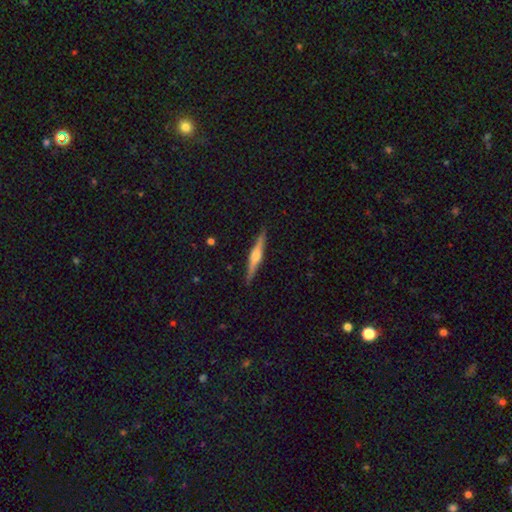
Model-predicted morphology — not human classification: This is likely a featured or disk galaxy (70%). It is clearly viewed edge-on (98%). Edge-on bulge: clearly rounded (80%). Merging: clearly none (90%).